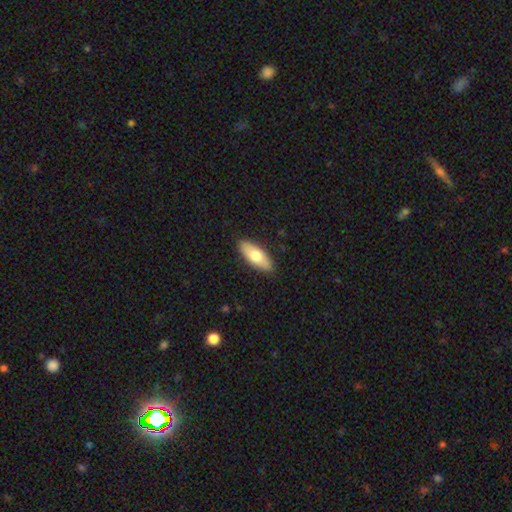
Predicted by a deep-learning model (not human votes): A smooth galaxy with no disk features (71%) that is in between round and cigar-shaped (78%). Merging: none (88%).